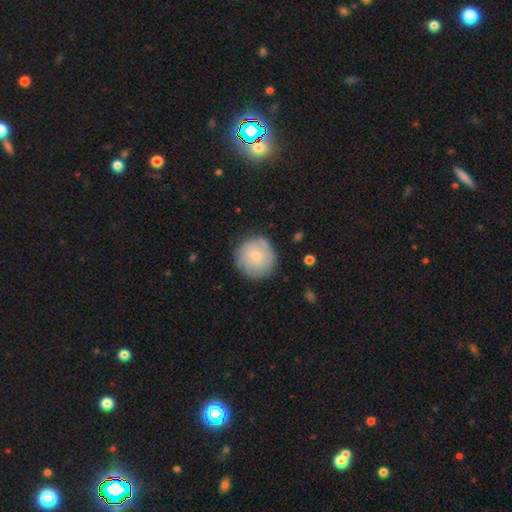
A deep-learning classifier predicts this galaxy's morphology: This is likely a smooth galaxy (63%). How rounded: clearly round (94%). Merging: clearly none (81%).